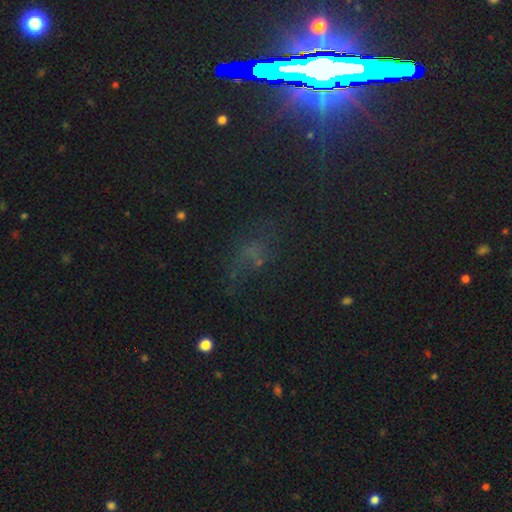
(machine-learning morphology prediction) Q: Smooth or featured?
A: star or artifact (58%); runner-up: smooth (21%)